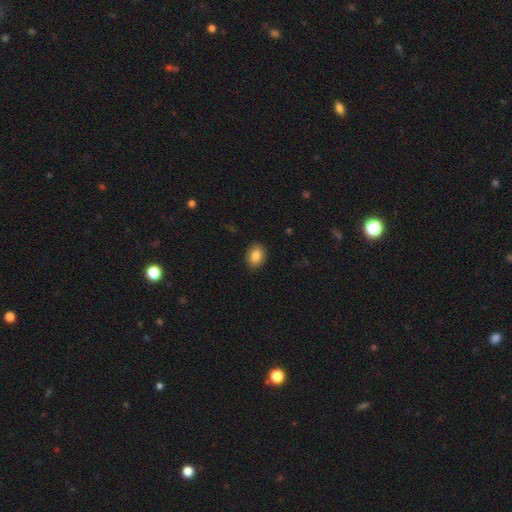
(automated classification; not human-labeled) This appears to be a smooth galaxy with no disk features (85%) that is in between round and cigar-shaped (58%). Merging: none (90%).